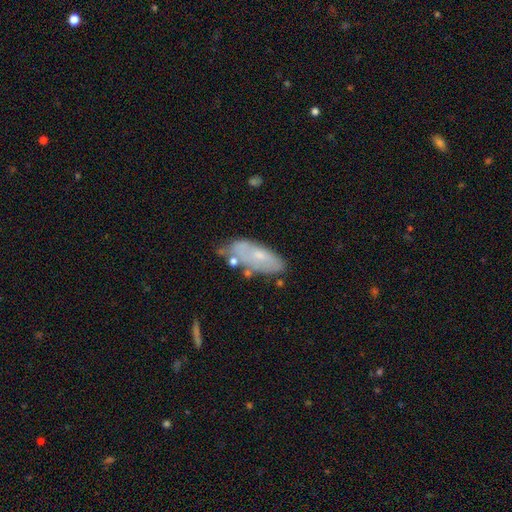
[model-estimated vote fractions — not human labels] Smooth or featured? Predicted: smooth (p=0.55). How rounded? Predicted: in between (p=0.80). Merging? Predicted: none (p=0.53).